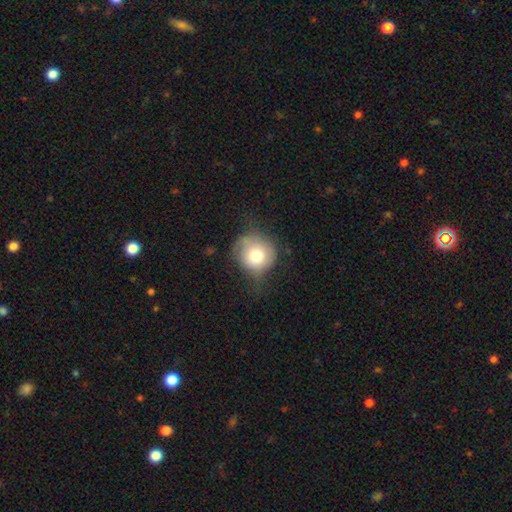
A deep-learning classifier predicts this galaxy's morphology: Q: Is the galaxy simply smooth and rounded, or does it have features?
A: smooth — 72%.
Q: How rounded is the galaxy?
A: round — 88%.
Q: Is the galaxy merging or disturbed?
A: none — 47%.